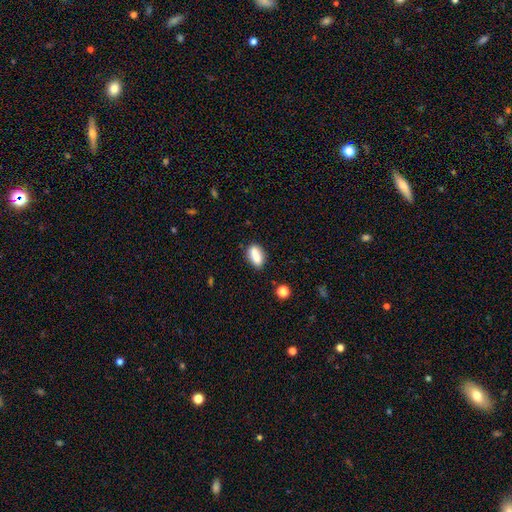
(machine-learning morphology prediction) Smooth or featured? Predicted: smooth (p=0.84). How rounded? Predicted: in between (p=0.85). Merging? Predicted: none (p=0.80).